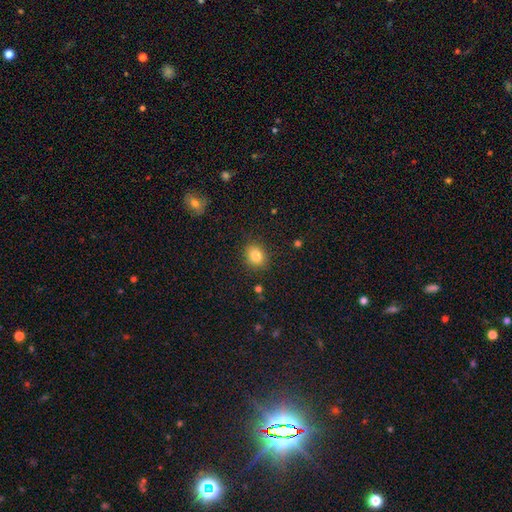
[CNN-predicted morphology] This appears to be a smooth galaxy with no disk features (83%) that is round (63%). Merging: none (87%).